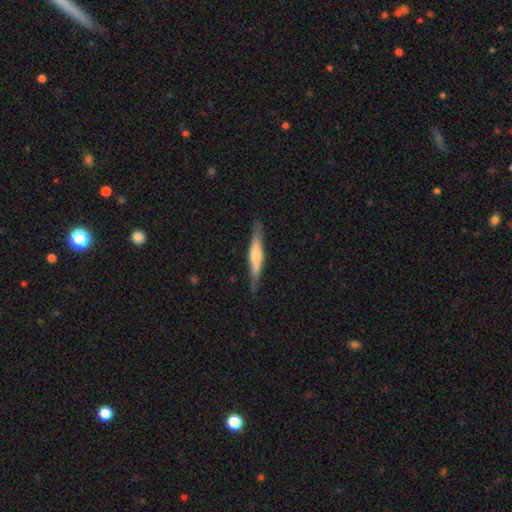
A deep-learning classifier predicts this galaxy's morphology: A smooth galaxy with no disk features (49%). Merging: none (83%).